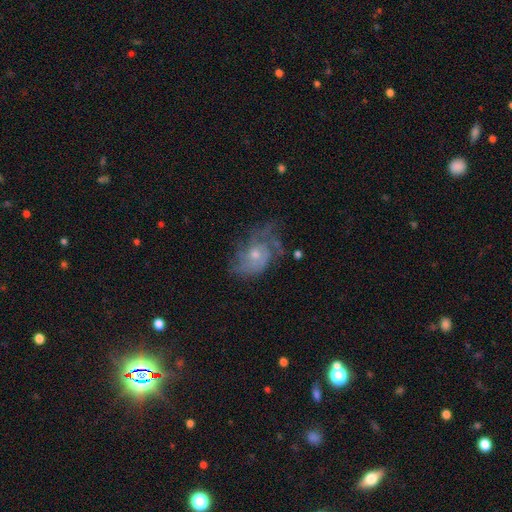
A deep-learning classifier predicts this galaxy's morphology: Smooth or featured?
  - featured or disk: 74% *
  - smooth: 18%
  - star or artifact: 8%
Edge-on disk?
  - no: 97% *
  - yes: 3%
Bar?
  - no: 80% *
  - weak: 18%
  - strong: 2%
Spiral arms?
  - yes: 85% *
  - no: 15%
Spiral winding?
  - tight: 43% *
  - medium: 39%
  - loose: 19%
Spiral arm count?
  - can't tell: 40% *
  - 2: 22%
  - 3: 18%
  - 4: 8%
  - 1: 7%
  - more than 4: 5%
Bulge size?
  - moderate: 48% *
  - small: 47%
  - large: 2%
  - none: 2%
  - dominant: 1%
Merging?
  - none: 48% *
  - minor disturbance: 25%
  - major disturbance: 24%
  - merger: 2%